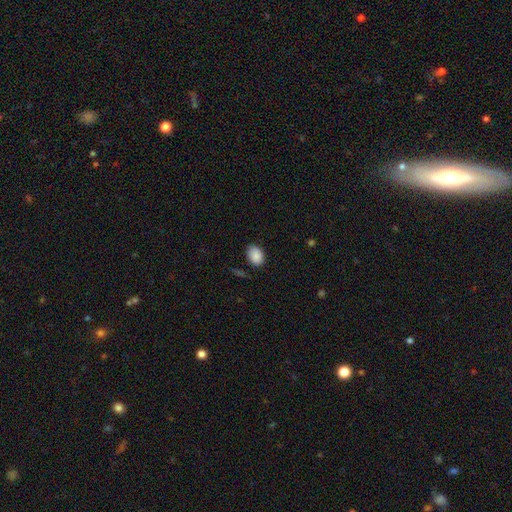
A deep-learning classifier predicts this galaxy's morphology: Smooth or featured? Predicted: smooth (p=0.89). How rounded? Predicted: in between (p=0.79). Merging? Predicted: none (p=0.79).